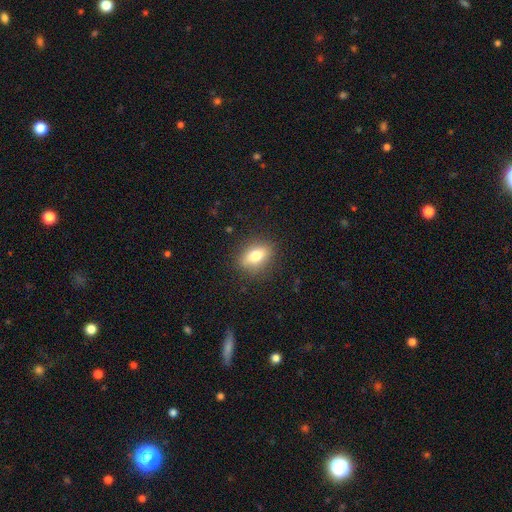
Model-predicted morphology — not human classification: A smooth galaxy with no disk features (72%) that is in between round and cigar-shaped (74%). Merging: none (84%).